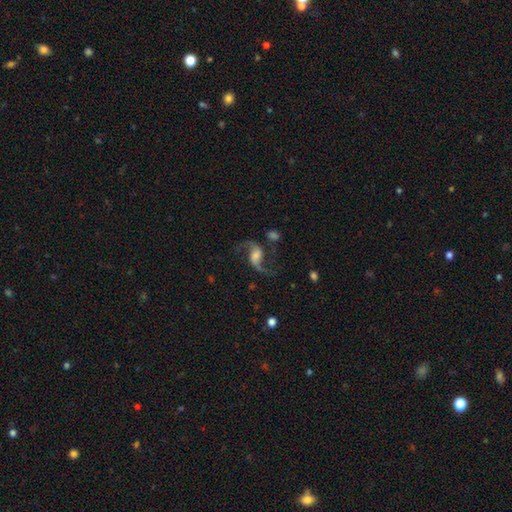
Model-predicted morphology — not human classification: This is clearly a featured or disk galaxy (86%). It is clearly not viewed edge-on (97%). Bar: marginally weak (45%). Spiral arm pattern: clearly yes (96%). Spiral arm count: clearly 2 (93%). Spiral winding: likely loose (77%). Central bulge: marginally moderate (37%). Merging: likely none (70%).